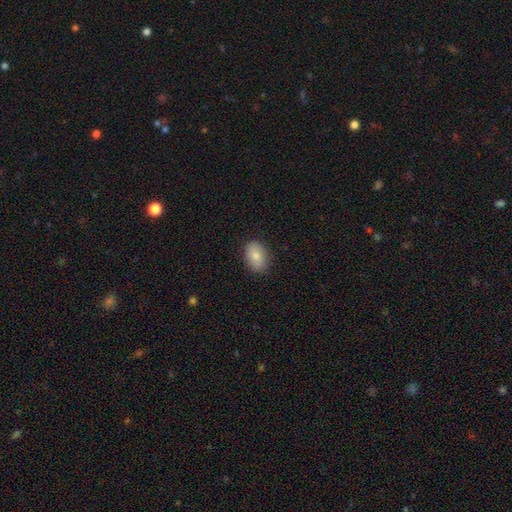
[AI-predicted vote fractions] Smooth or featured? smooth (82%)
How rounded? in between (85%)
Merging? none (86%)